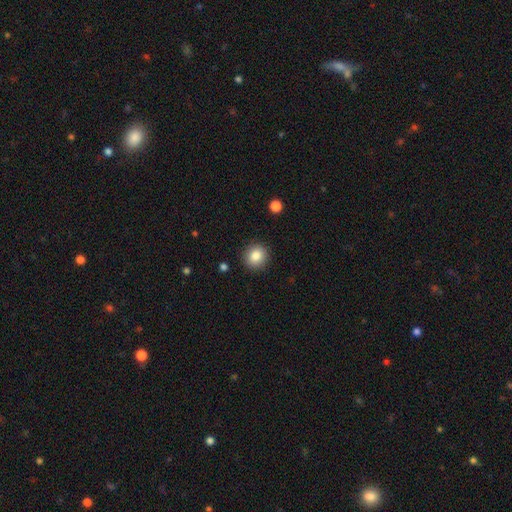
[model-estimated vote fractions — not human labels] Smooth or featured? smooth (85%)
How rounded? round (88%)
Merging? none (90%)